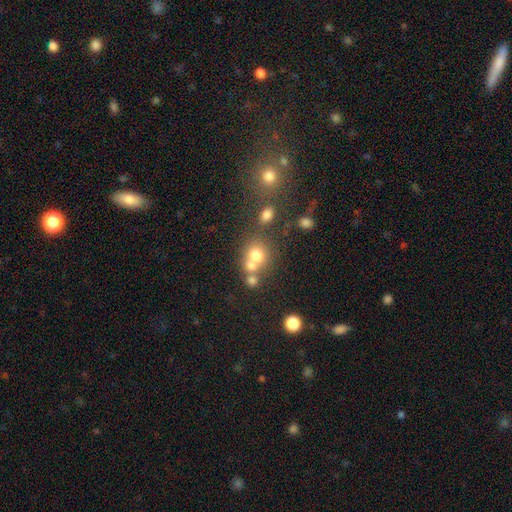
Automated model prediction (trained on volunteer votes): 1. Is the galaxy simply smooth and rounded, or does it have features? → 70% smooth, 15% star or artifact, 15% featured or disk.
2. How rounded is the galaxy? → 78% round, 21% in between, 1% cigar-shaped.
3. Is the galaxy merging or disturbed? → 43% merger, 42% none, 9% minor disturbance, 5% major disturbance.